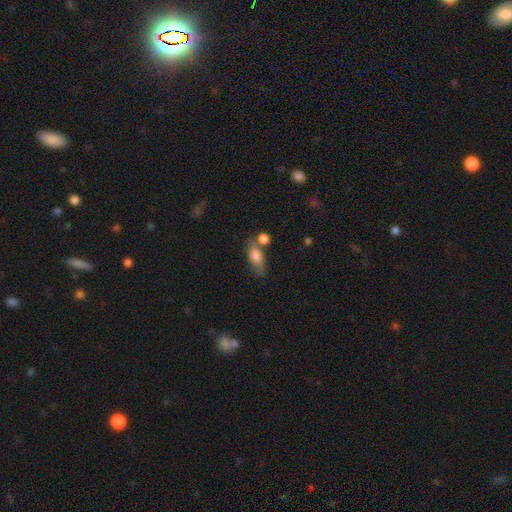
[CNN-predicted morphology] Smooth or featured? smooth (78%)
How rounded? in between (78%)
Merging? none (50%)